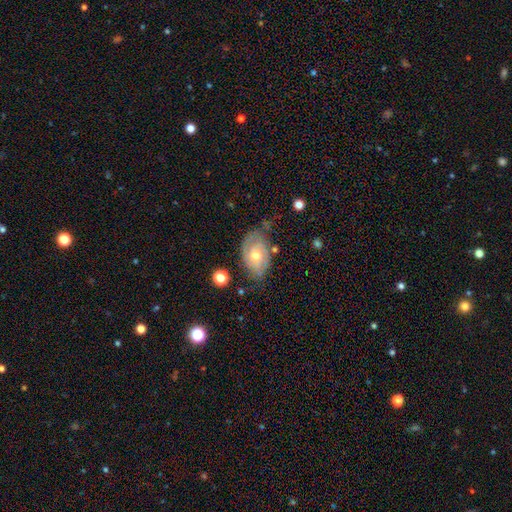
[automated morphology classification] The model was most divided on "bulge size": moderate: 63%, small: 31%, large: 3%, none: 1%, dominant: 1%. More confident: edge-on disk — no (94%); spiral arms — yes (80%); bar — no (75%); smooth or featured — featured or disk (63%); merging — none (62%).